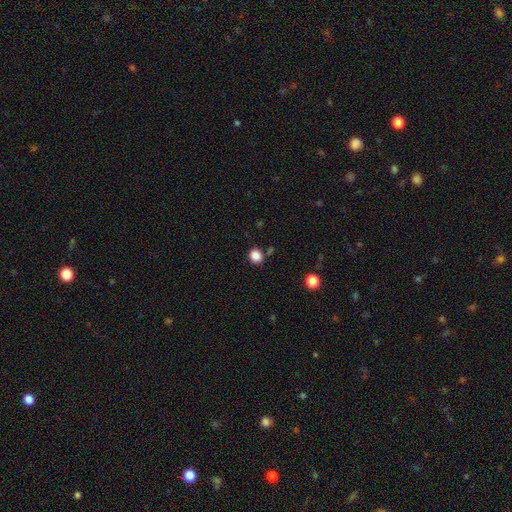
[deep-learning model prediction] A smooth galaxy with no disk features (86%) that is round (78%). Merging: none (83%).